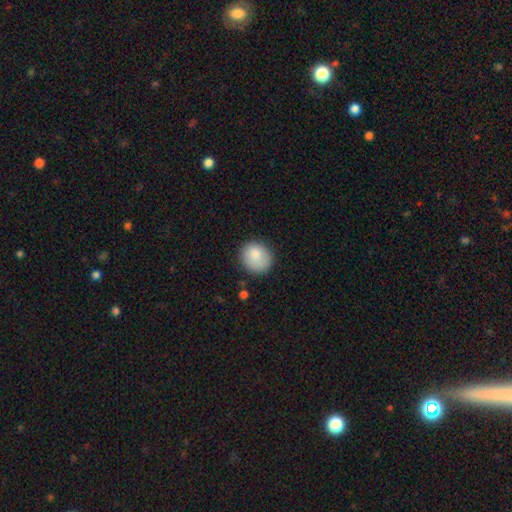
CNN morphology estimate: smooth-or-featured: smooth: 85% | featured or disk: 7% | star or artifact: 7%
  how-rounded: round: 79% | in between: 20% | cigar-shaped: 1%
  merging: none: 78% | minor disturbance: 16% | major disturbance: 4% | merger: 2%